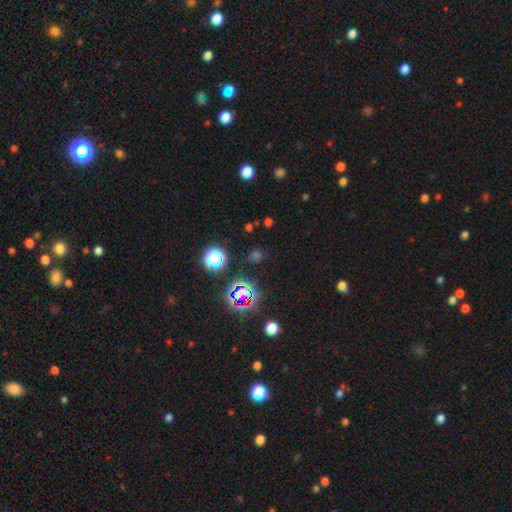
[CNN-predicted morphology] Smooth or featured? Predicted: star or artifact (p=0.62).